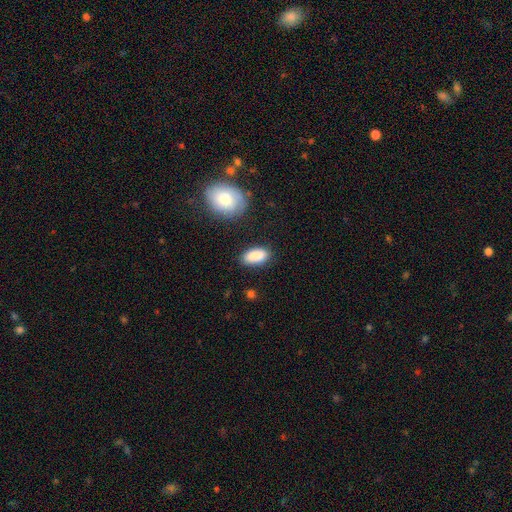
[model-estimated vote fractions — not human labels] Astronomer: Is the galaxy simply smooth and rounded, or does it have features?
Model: smooth — 88%.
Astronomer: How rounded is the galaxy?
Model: in between — 92%.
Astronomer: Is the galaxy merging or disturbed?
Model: none — 79%.